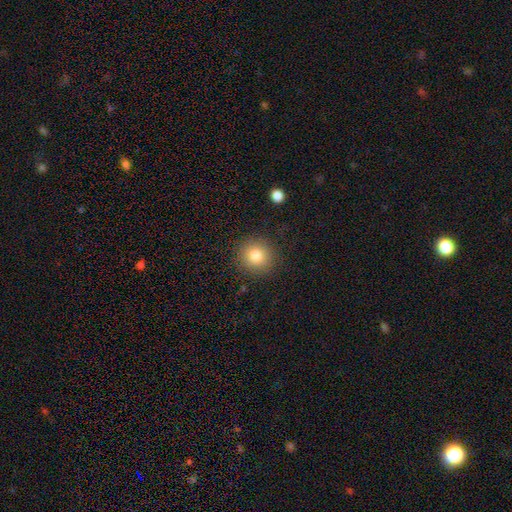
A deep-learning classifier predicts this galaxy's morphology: Smooth or featured? smooth (82%)
How rounded? round (92%)
Merging? none (89%)